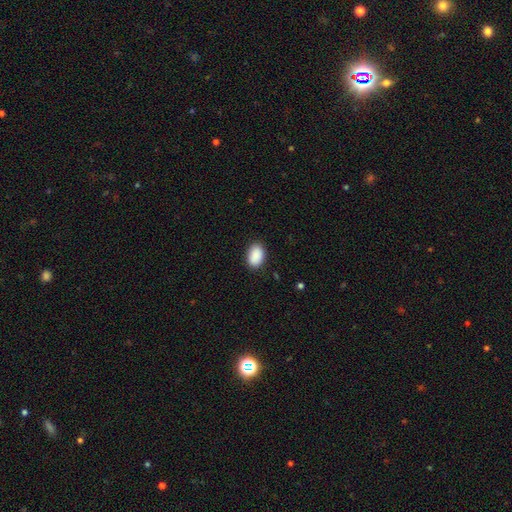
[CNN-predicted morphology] This is clearly a smooth galaxy (91%). How rounded: clearly in between (88%). Merging: clearly none (88%).